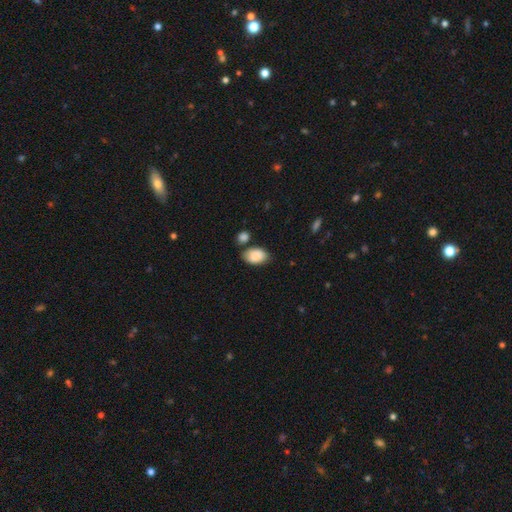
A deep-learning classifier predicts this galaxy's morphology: This is clearly a smooth galaxy (88%). How rounded: clearly in between (90%). Merging: likely none (66%).